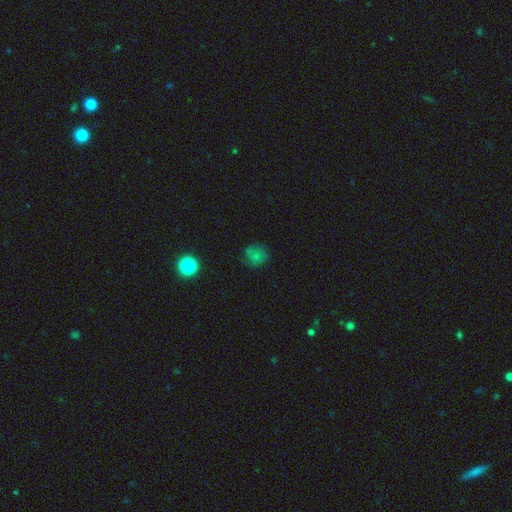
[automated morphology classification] type=smooth (68%); roundness=round (81%); merging=none (70%).